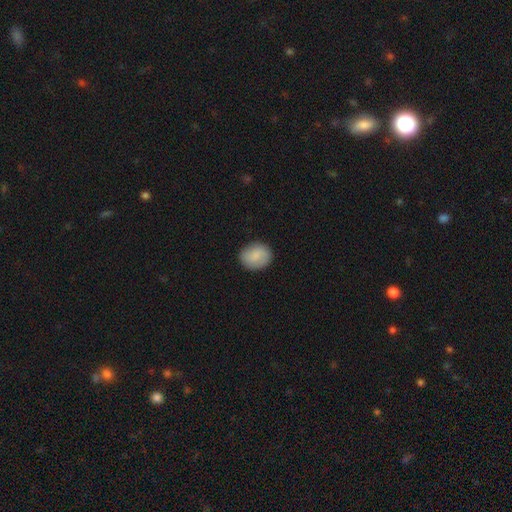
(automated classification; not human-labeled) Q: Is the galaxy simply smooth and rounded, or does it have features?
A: smooth — 82%.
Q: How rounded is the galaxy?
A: round — 64%.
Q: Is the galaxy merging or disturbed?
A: none — 86%.